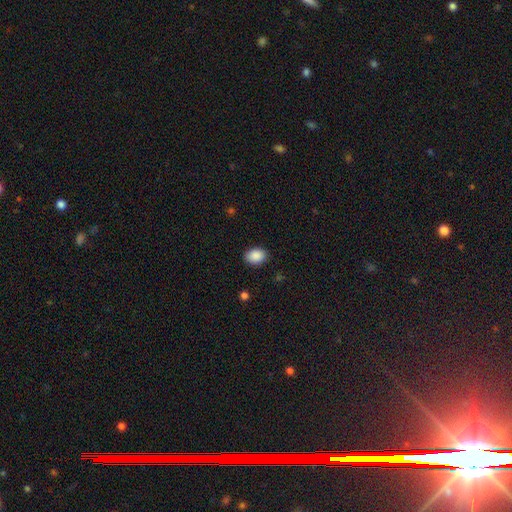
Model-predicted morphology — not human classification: smooth-or-featured: smooth: 89% | star or artifact: 7% | featured or disk: 3%
  how-rounded: in between: 78% | round: 21% | cigar-shaped: 1%
  merging: none: 88% | minor disturbance: 9% | major disturbance: 2% | merger: 1%